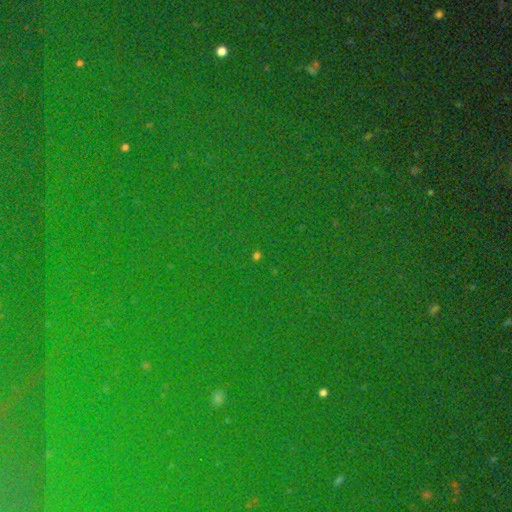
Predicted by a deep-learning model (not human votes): Smooth or featured? Predicted: star or artifact (p=0.80).